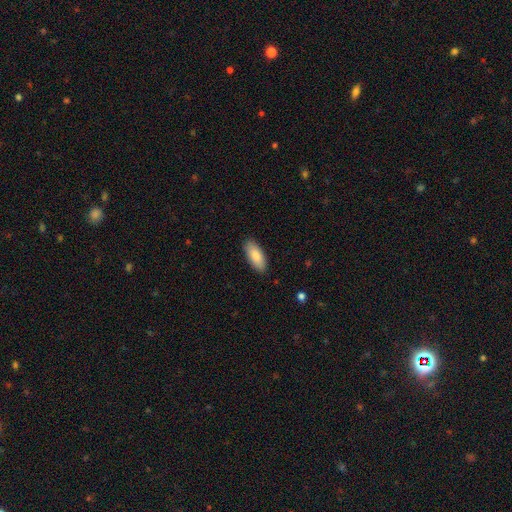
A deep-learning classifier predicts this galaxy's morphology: The model was most divided on "how rounded": in between: 83%, cigar-shaped: 16%, round: 2%. More confident: merging — none (88%); smooth or featured — smooth (86%).